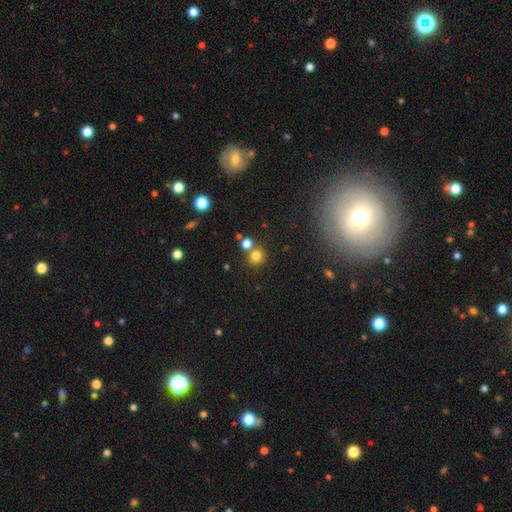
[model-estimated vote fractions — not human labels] Morphology: type=smooth (78%); roundness=round (89%); merging=none (69%).